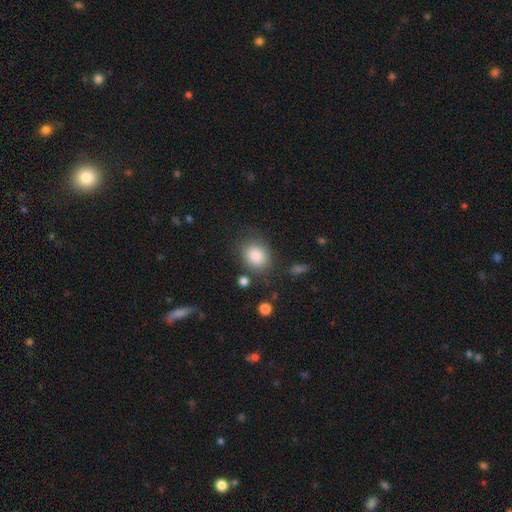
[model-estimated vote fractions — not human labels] Overall: smooth (86%). How rounded: round (53%; in between 46%). Merging: none (73%).